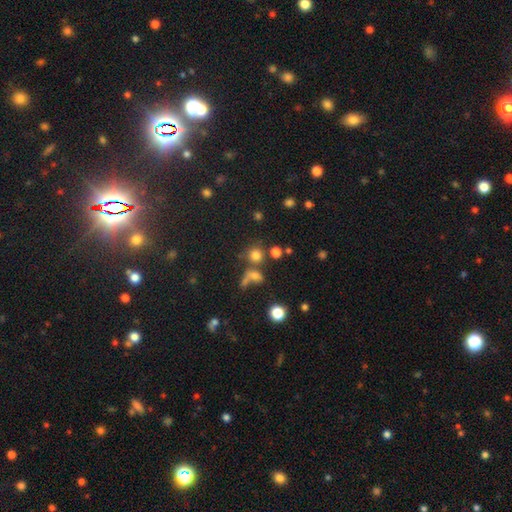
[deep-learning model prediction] Smooth or featured? Predicted: smooth (p=0.74). How rounded? Predicted: round (p=0.89). Merging? Predicted: none (p=0.64).